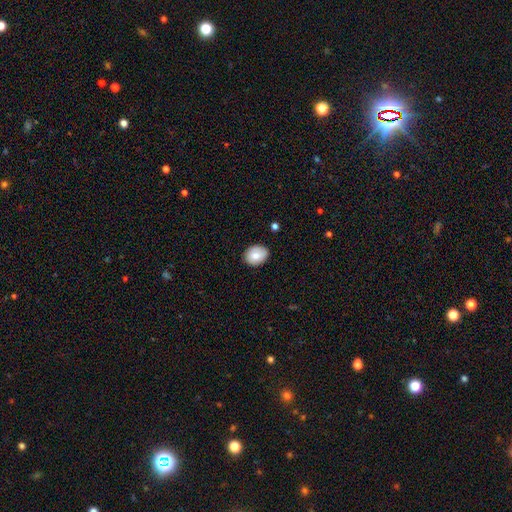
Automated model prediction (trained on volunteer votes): A smooth galaxy with no disk features (78%) that is in between round and cigar-shaped (54%).

Vote fractions:
- Smooth or featured? smooth: 78% / featured or disk: 14% / star or artifact: 8%
- How rounded? in between: 54% / round: 45% / cigar-shaped: 1%
- Merging? none: 83% / minor disturbance: 13% / major disturbance: 2% / merger: 1%